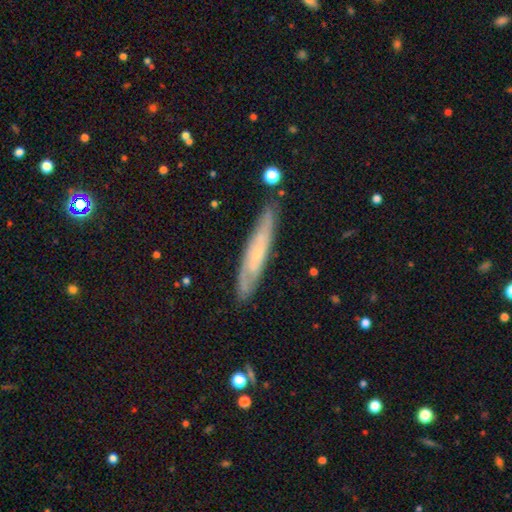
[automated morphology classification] Smooth or featured? Predicted: featured or disk (p=0.62). Edge-on disk? Predicted: yes (p=0.56). Merging? Predicted: none (p=0.82).